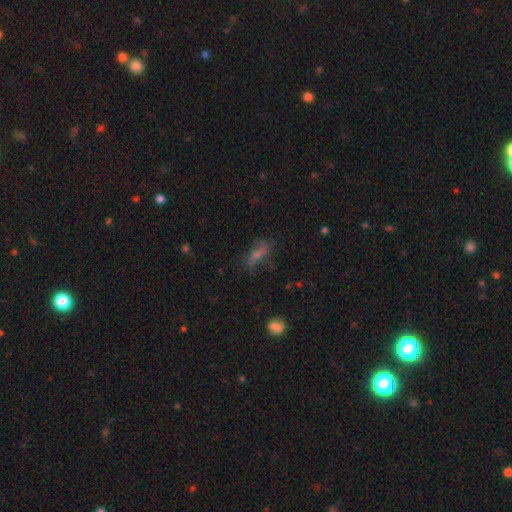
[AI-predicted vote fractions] smooth-or-featured: smooth: 43% | featured or disk: 37% | star or artifact: 19%
  merging: none: 64% | minor disturbance: 21% | major disturbance: 12% | merger: 3%